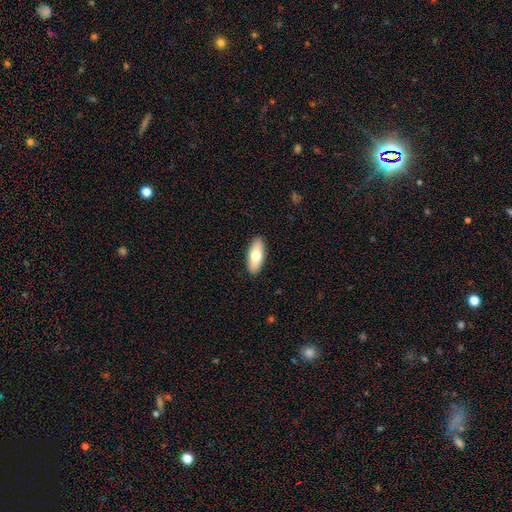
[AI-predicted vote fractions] smooth-or-featured: smooth: 72% | featured or disk: 22% | star or artifact: 6%
  how-rounded: in between: 81% | cigar-shaped: 17% | round: 3%
  merging: none: 90% | minor disturbance: 7% | major disturbance: 2% | merger: 1%